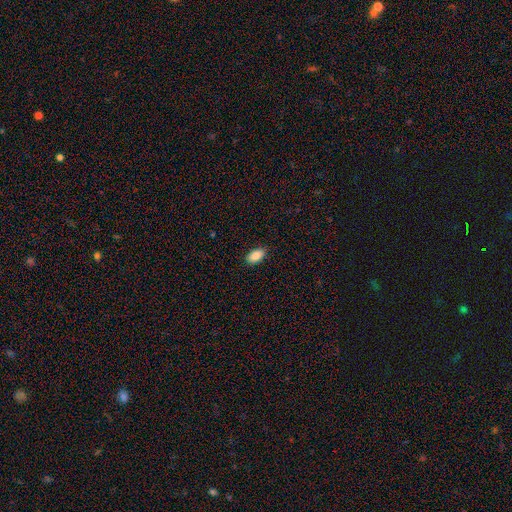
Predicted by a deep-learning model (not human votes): A smooth galaxy with no disk features (87%) that is in between round and cigar-shaped (94%).

Vote fractions:
- Smooth or featured? smooth: 87% / star or artifact: 7% / featured or disk: 6%
- How rounded? in between: 94% / round: 3% / cigar-shaped: 3%
- Merging? none: 88% / minor disturbance: 9% / major disturbance: 2% / merger: 1%